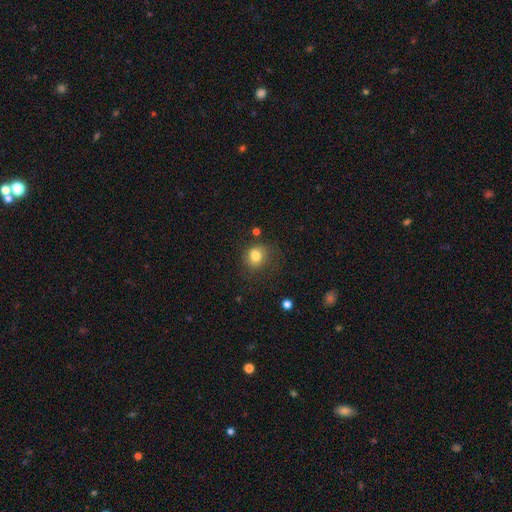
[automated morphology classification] smooth_or_featured: smooth (p=0.81) [alt: star or artifact p=0.11]
how_rounded: round (p=0.70) [alt: in between p=0.29]
merging: none (p=0.68) [alt: minor disturbance p=0.20]